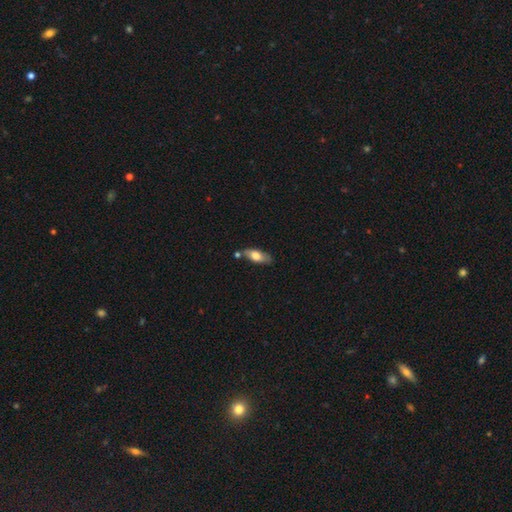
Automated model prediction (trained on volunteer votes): Smooth or featured? Predicted: smooth (p=0.66). How rounded? Predicted: in between (p=0.77). Merging? Predicted: none (p=0.69).